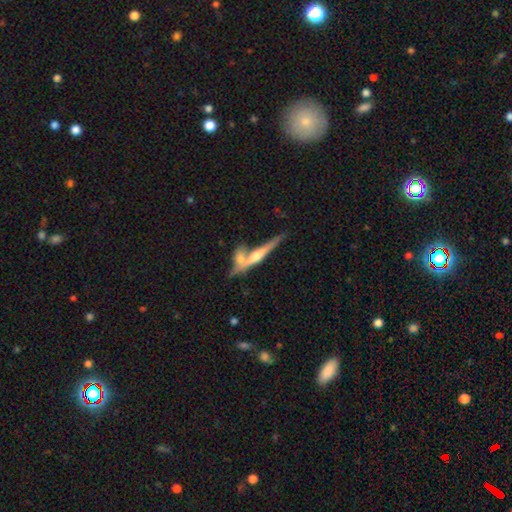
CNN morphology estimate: featured or disk 64%, smooth 29%, star or artifact 7%. Down the decision tree: edge-on disk — yes (93%); edge-on bulge — rounded (79%); merging — none (44%).